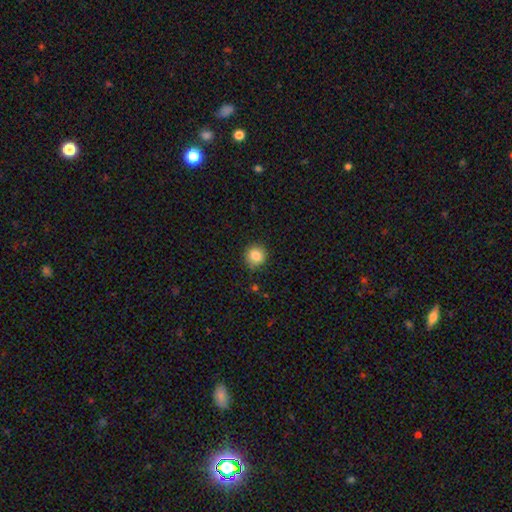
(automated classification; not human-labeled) Morphology: type=smooth (84%); roundness=round (92%); merging=none (88%).